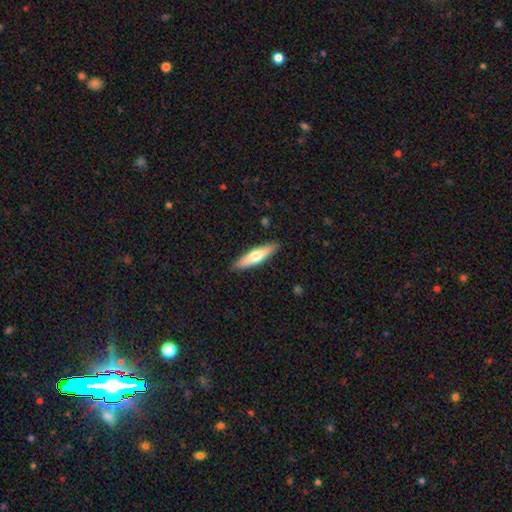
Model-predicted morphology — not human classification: type=smooth (48%); merging=none (90%).